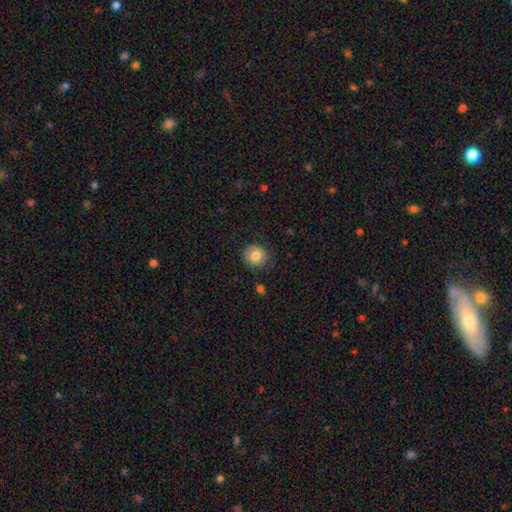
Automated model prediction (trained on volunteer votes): smooth_or_featured: smooth (p=0.76) [alt: featured or disk p=0.15]
how_rounded: round (p=0.90) [alt: in between p=0.09]
merging: none (p=0.82) [alt: minor disturbance p=0.13]